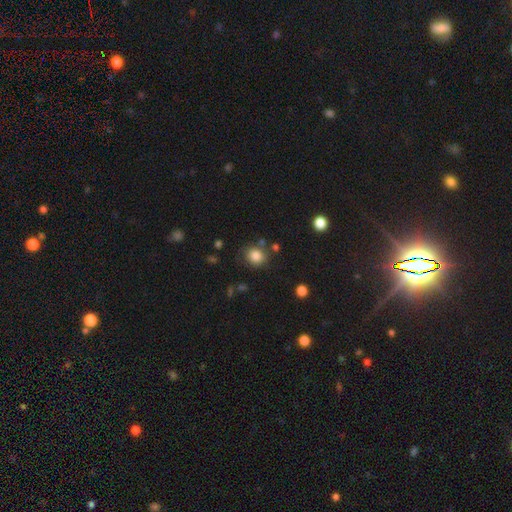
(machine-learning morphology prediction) Q: Smooth or featured?
A: smooth (83%); runner-up: star or artifact (11%)
Q: How rounded?
A: round (77%); runner-up: in between (22%)
Q: Merging?
A: none (77%); runner-up: minor disturbance (13%)